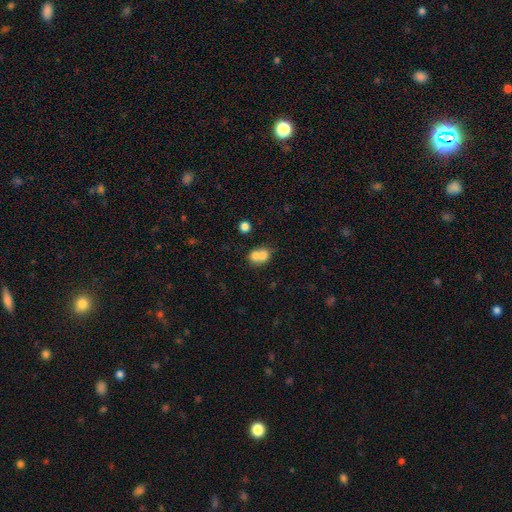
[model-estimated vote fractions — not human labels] Smooth or featured?
  - smooth: 71% *
  - featured or disk: 19%
  - star or artifact: 11%
How rounded?
  - round: 68% *
  - in between: 31%
  - cigar-shaped: 1%
Merging?
  - merger: 68% *
  - none: 25%
  - minor disturbance: 5%
  - major disturbance: 3%